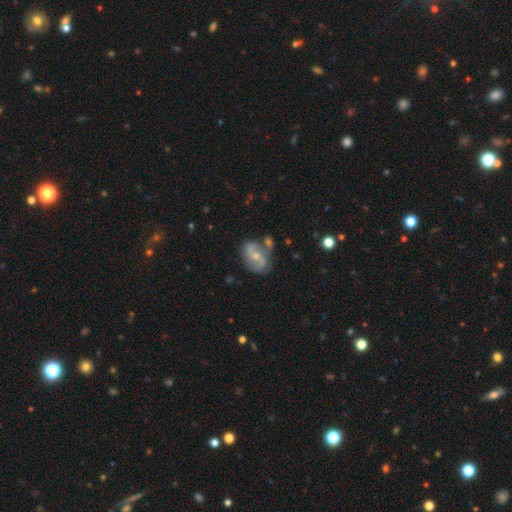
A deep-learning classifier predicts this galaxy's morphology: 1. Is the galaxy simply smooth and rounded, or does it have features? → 75% featured or disk, 18% smooth, 7% star or artifact.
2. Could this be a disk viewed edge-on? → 97% no, 3% yes.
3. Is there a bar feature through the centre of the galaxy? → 44% no, 40% weak, 15% strong.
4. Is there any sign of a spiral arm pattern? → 89% yes, 11% no.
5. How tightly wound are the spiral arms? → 43% loose, 42% medium, 15% tight.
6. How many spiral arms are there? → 89% 2, 6% can't tell, 2% 1, 1% 3, 1% 4, 1% more than 4.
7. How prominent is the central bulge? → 51% small, 43% moderate, 3% none, 2% large, 1% dominant.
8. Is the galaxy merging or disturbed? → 65% none, 19% minor disturbance, 10% merger, 6% major disturbance.